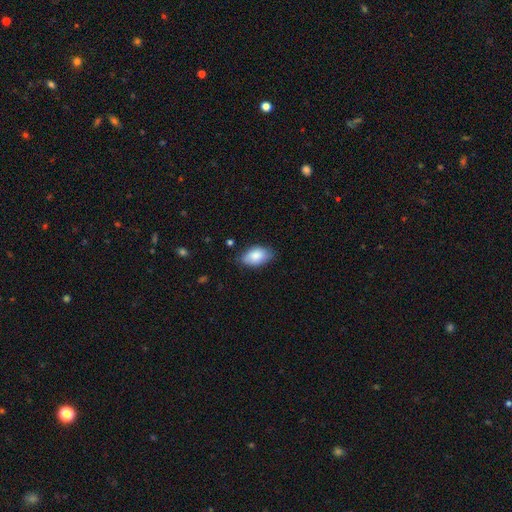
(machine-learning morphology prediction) Q: Smooth or featured?
A: smooth (85%); runner-up: featured or disk (9%)
Q: How rounded?
A: in between (93%); runner-up: round (5%)
Q: Merging?
A: none (76%); runner-up: minor disturbance (20%)